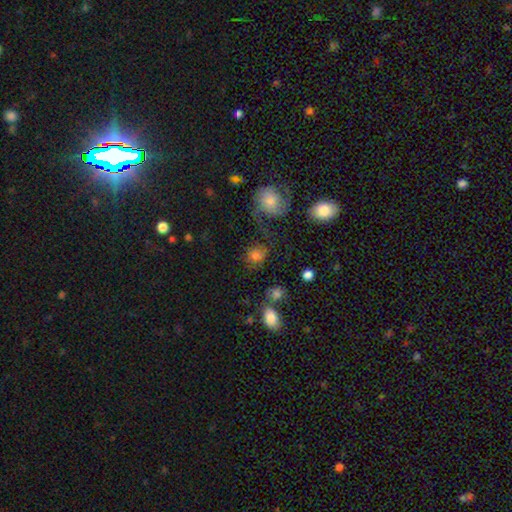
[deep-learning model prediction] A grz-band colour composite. It shows a smooth galaxy with no disk features (67%) that is round (67%). Merging: none (56%).